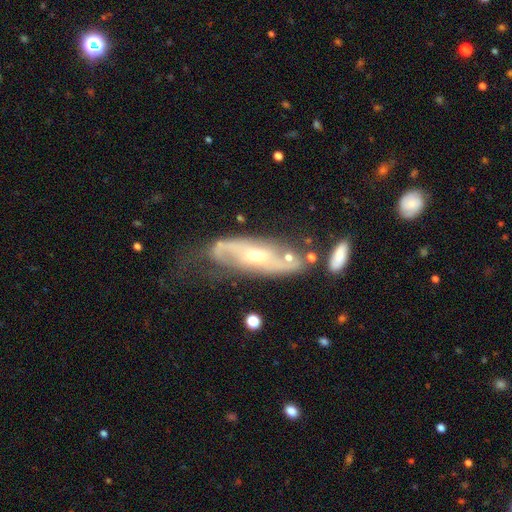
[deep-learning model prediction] A featured or disk galaxy (79%) with no bar (58%), 2 (65%) medium (39%) spiral arms (85%) and a moderate central bulge (54%). Merging: none (48%).